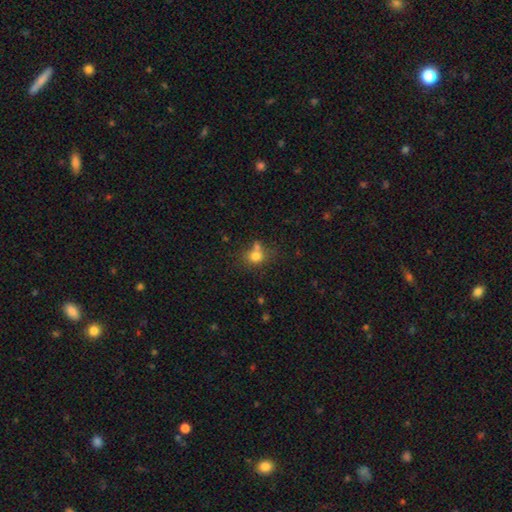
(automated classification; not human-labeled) A smooth galaxy with no disk features (76%) that is round (70%).

Vote fractions:
- Smooth or featured? smooth: 76% / star or artifact: 14% / featured or disk: 10%
- How rounded? round: 70% / in between: 29% / cigar-shaped: 1%
- Merging? none: 50% / merger: 28% / minor disturbance: 15% / major disturbance: 6%